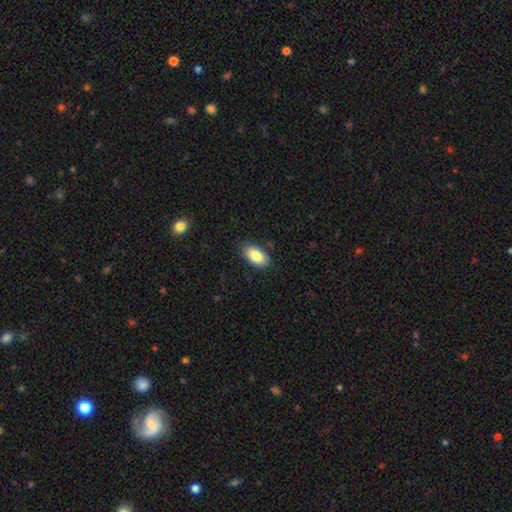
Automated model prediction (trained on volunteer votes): Smooth or featured? Predicted: smooth (p=0.84). How rounded? Predicted: in between (p=0.93). Merging? Predicted: none (p=0.85).